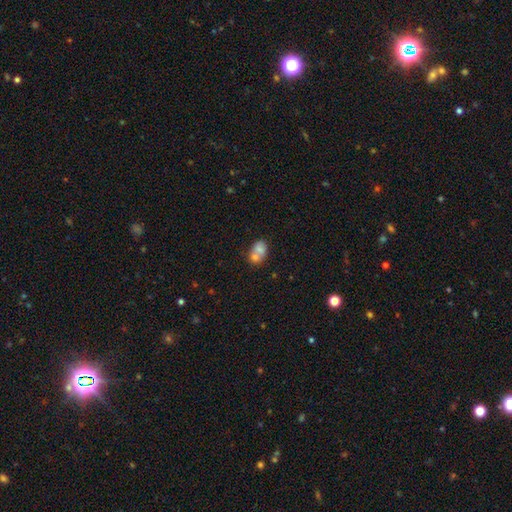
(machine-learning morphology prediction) type=smooth (64%); roundness=in between (55%); merging=merger (58%).